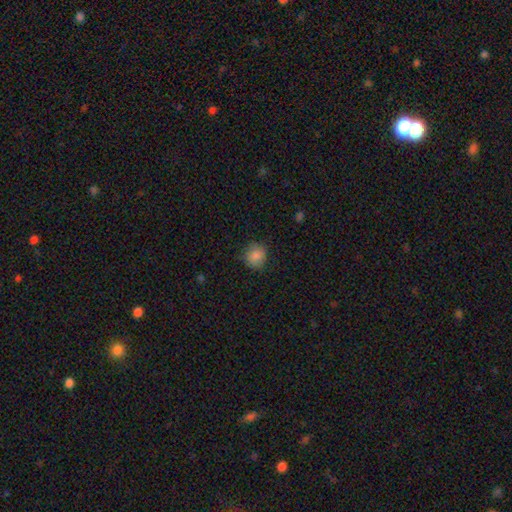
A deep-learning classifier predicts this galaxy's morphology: A smooth galaxy with no disk features (85%) that is round (84%). Merging: none (83%).